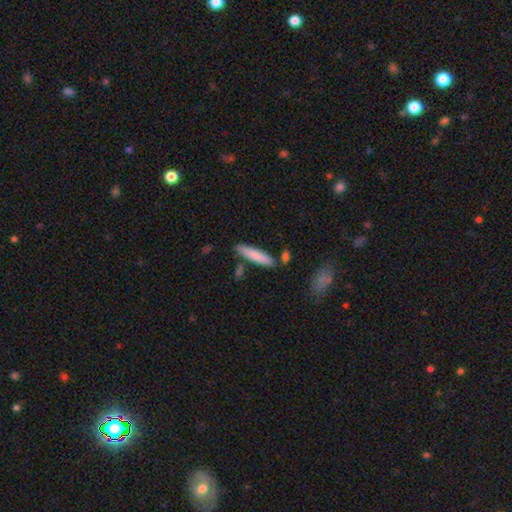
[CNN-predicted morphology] Smooth or featured? smooth (80%)
How rounded? cigar-shaped (83%)
Merging? none (79%)